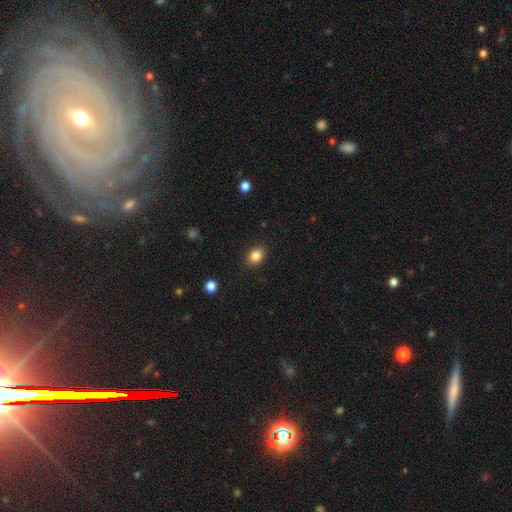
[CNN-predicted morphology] The model was most divided on "how rounded": in between: 63%, round: 36%, cigar-shaped: 1%. More confident: merging — none (87%); smooth or featured — smooth (86%).